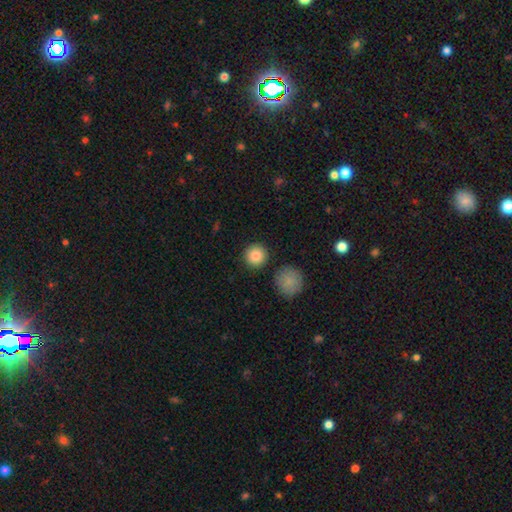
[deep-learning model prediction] Smooth or featured? smooth (85%)
How rounded? round (95%)
Merging? none (90%)